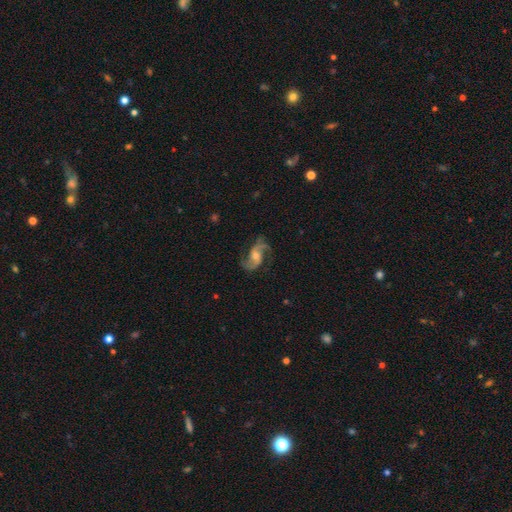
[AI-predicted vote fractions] Smooth or featured? Predicted: featured or disk (p=0.87). Edge-on disk? Predicted: no (p=0.97). Bar? Predicted: no (p=0.51). Spiral arms? Predicted: yes (p=0.97). Spiral winding? Predicted: loose (p=0.54). Spiral arm count? Predicted: 2 (p=0.89). Bulge size? Predicted: moderate (p=0.55). Merging? Predicted: none (p=0.71).